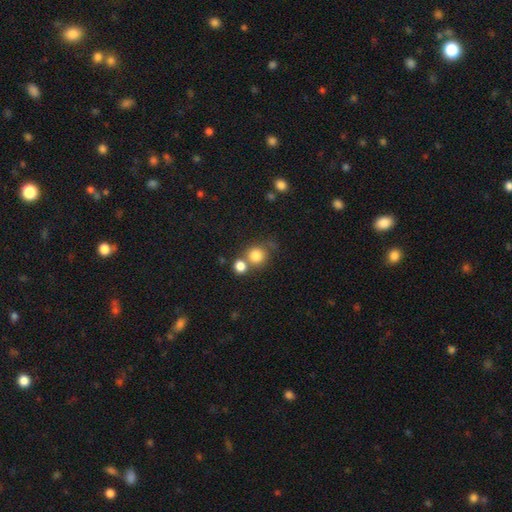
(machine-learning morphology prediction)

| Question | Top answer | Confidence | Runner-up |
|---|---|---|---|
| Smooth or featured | smooth | 81% | star or artifact (11%) |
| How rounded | round | 86% | in between (13%) |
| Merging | none | 52% | merger (34%) |